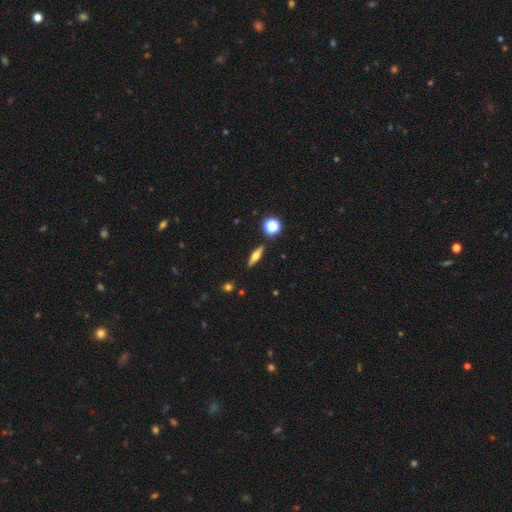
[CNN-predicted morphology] Smooth or featured? Predicted: featured or disk (p=0.46). Merging? Predicted: none (p=0.88).